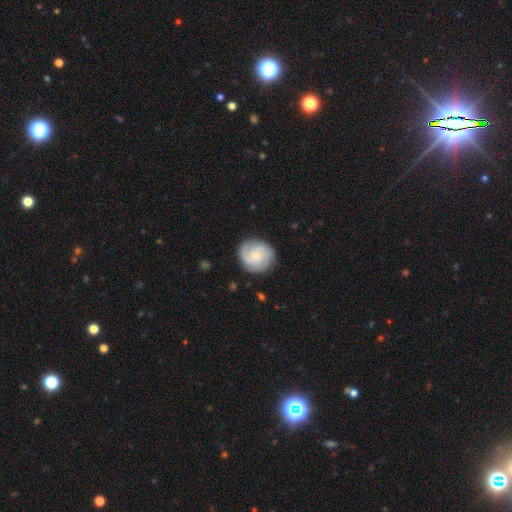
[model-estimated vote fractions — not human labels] Q: Smooth or featured?
A: featured or disk (70%); runner-up: smooth (24%)
Q: Edge-on disk?
A: no (98%); runner-up: yes (2%)
Q: Bar?
A: no (71%); runner-up: weak (26%)
Q: Spiral arms?
A: yes (96%); runner-up: no (4%)
Q: Spiral winding?
A: tight (63%); runner-up: medium (30%)
Q: Spiral arm count?
A: 3 (38%); runner-up: 2 (22%)
Q: Bulge size?
A: small (68%); runner-up: moderate (23%)
Q: Merging?
A: none (83%); runner-up: minor disturbance (12%)